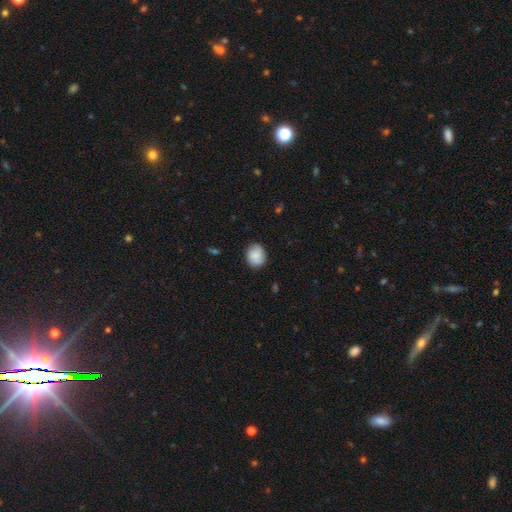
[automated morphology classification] The model was most divided on "how rounded": round: 61%, in between: 38%, cigar-shaped: 1%. More confident: merging — none (80%); smooth or featured — smooth (79%).